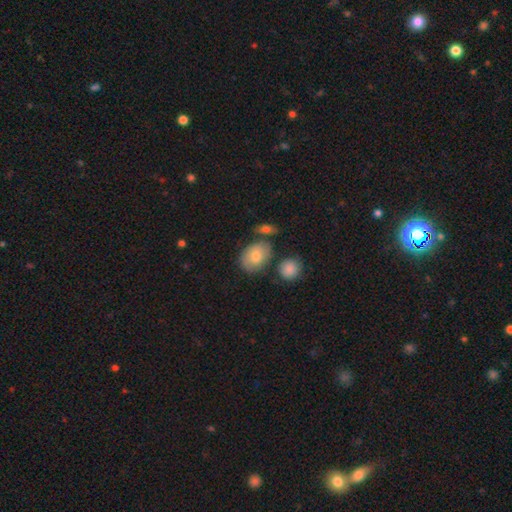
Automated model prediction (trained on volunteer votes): smooth-or-featured: smooth: 71% | featured or disk: 21% | star or artifact: 8%
  how-rounded: in between: 70% | round: 29% | cigar-shaped: 1%
  merging: none: 62% | minor disturbance: 18% | merger: 14% | major disturbance: 5%